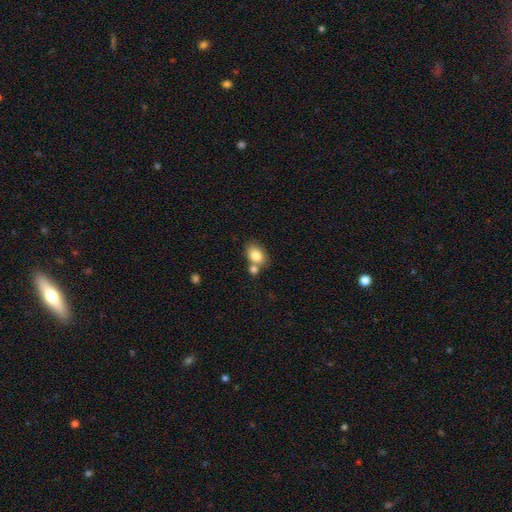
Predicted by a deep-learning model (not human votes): Smooth or featured?
  - smooth: 83% *
  - featured or disk: 9%
  - star or artifact: 8%
How rounded?
  - in between: 78% *
  - round: 21%
  - cigar-shaped: 1%
Merging?
  - none: 53% *
  - merger: 32%
  - minor disturbance: 12%
  - major disturbance: 4%